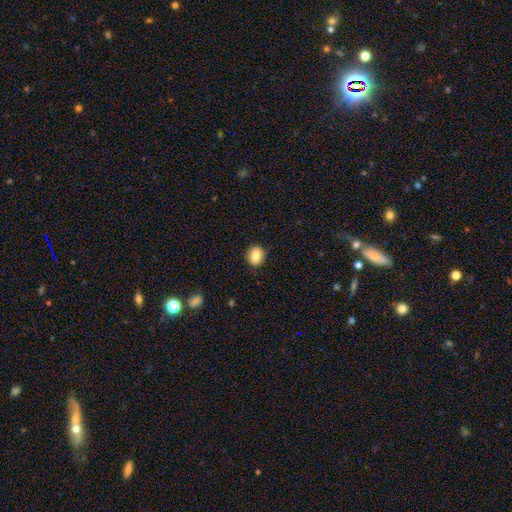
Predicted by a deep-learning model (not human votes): Smooth or featured: smooth — 83% (star or artifact — 9%)
How rounded: round — 53% (in between — 46%)
Merging: none — 88% (minor disturbance — 9%)